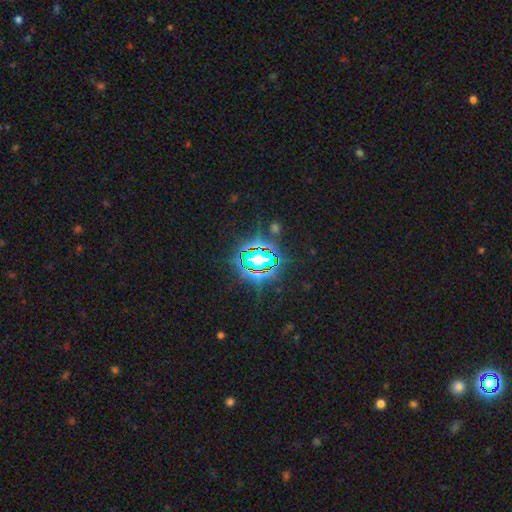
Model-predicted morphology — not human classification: type=star or artifact (80%).